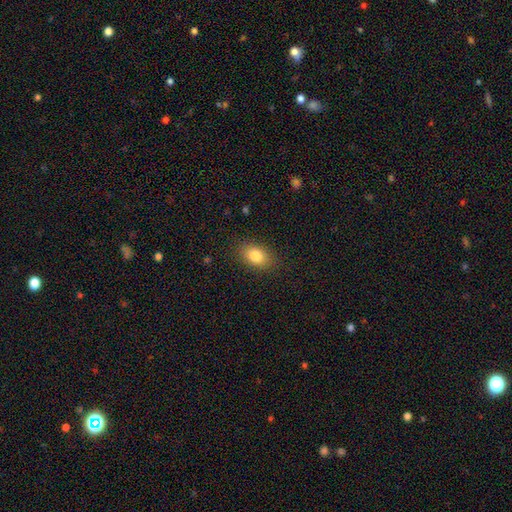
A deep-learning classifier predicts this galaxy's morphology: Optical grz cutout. It shows a smooth galaxy with no disk features (83%) that is in between round and cigar-shaped (84%). Merging: none (85%).